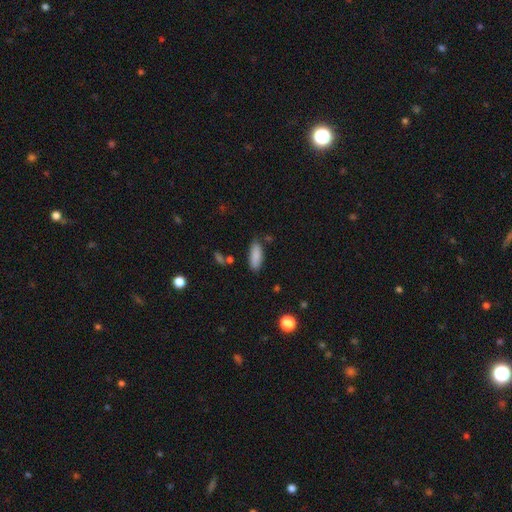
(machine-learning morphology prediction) A smooth galaxy with no disk features (87%) that is in between round and cigar-shaped (72%). Merging: none (81%).